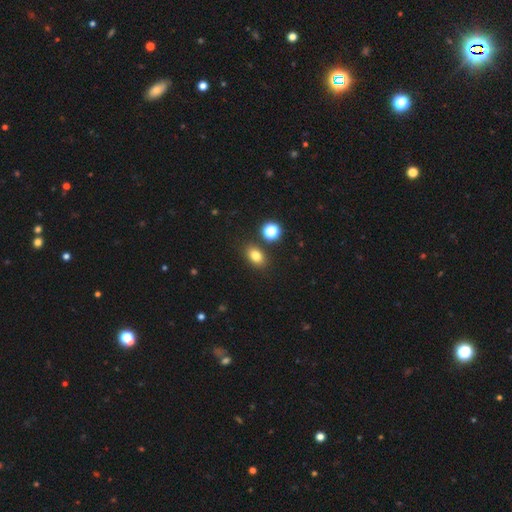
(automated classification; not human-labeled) smooth-or-featured: smooth: 80% | star or artifact: 13% | featured or disk: 7%
  how-rounded: in between: 73% | round: 26% | cigar-shaped: 2%
  merging: none: 82% | minor disturbance: 9% | merger: 6% | major disturbance: 3%